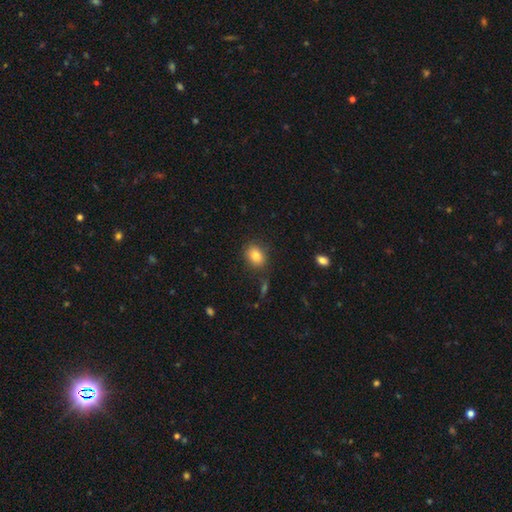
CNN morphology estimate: Q: Smooth or featured?
A: smooth (83%); runner-up: star or artifact (9%)
Q: How rounded?
A: in between (62%); runner-up: round (37%)
Q: Merging?
A: none (82%); runner-up: minor disturbance (12%)